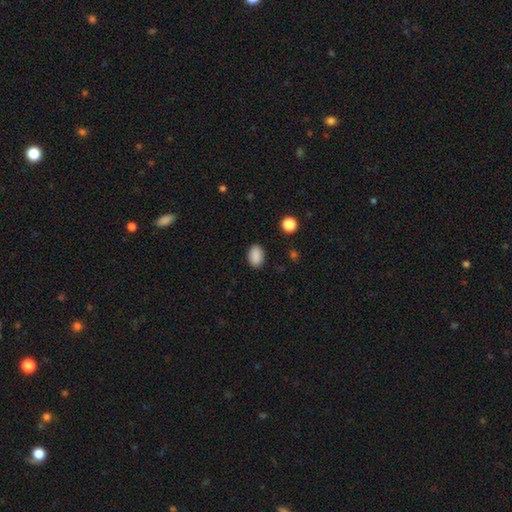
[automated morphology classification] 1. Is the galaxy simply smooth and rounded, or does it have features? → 89% smooth, 9% star or artifact, 3% featured or disk.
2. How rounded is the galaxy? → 83% in between, 16% round, 1% cigar-shaped.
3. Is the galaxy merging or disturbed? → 88% none, 9% minor disturbance, 2% major disturbance, 1% merger.